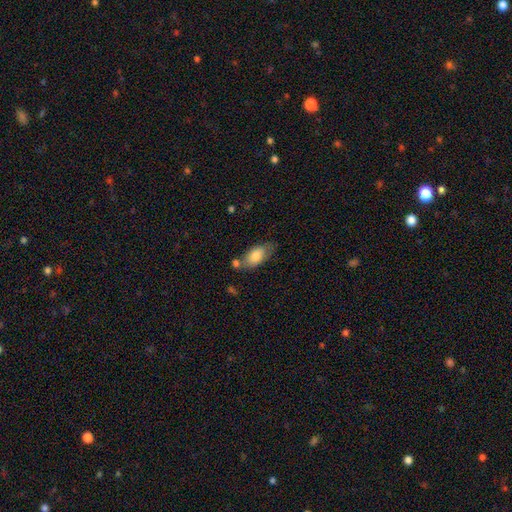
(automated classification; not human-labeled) Smooth or featured? smooth (79%)
How rounded? in between (89%)
Merging? none (56%)